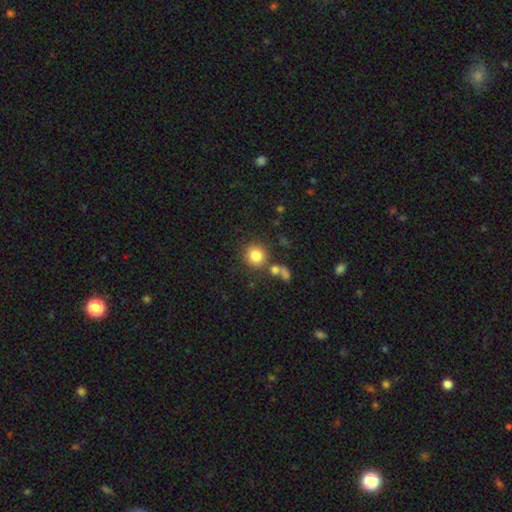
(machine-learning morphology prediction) Smooth or featured?
  - smooth: 82% *
  - star or artifact: 11%
  - featured or disk: 7%
How rounded?
  - round: 91% *
  - in between: 8%
  - cigar-shaped: 1%
Merging?
  - none: 77% *
  - merger: 10%
  - minor disturbance: 9%
  - major disturbance: 4%